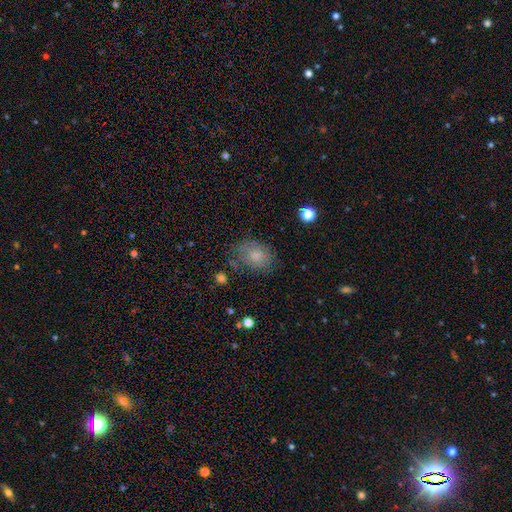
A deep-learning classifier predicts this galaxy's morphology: The model was most divided on "how rounded": in between: 65%, round: 34%, cigar-shaped: 1%. More confident: smooth or featured — smooth (70%); merging — none (58%).